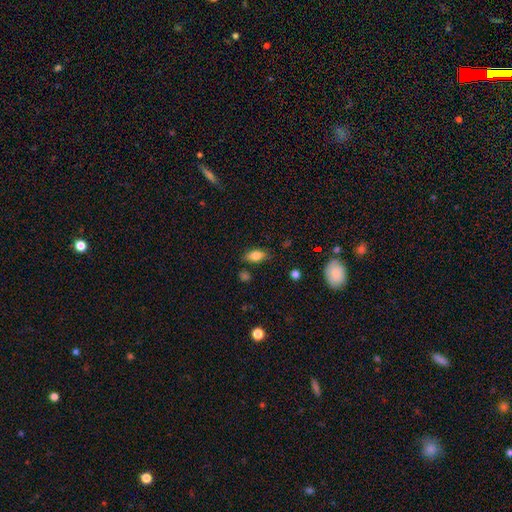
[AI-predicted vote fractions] A smooth galaxy with no disk features (81%) that is in between round and cigar-shaped (87%).

Vote fractions:
- Smooth or featured? smooth: 81% / featured or disk: 10% / star or artifact: 9%
- How rounded? in between: 87% / round: 7% / cigar-shaped: 6%
- Merging? none: 79% / minor disturbance: 14% / major disturbance: 3% / merger: 3%